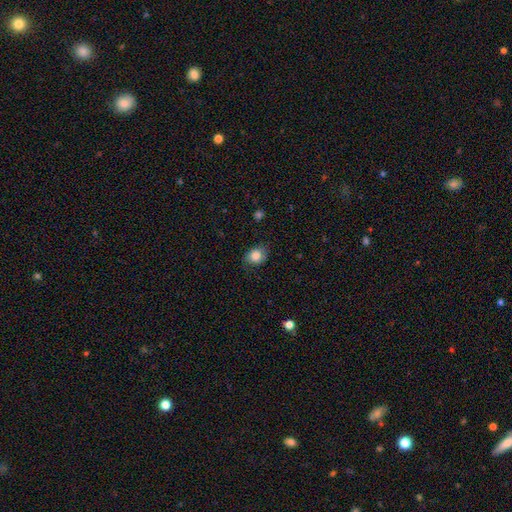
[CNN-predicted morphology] type=smooth (83%); roundness=in between (54%); merging=none (76%).